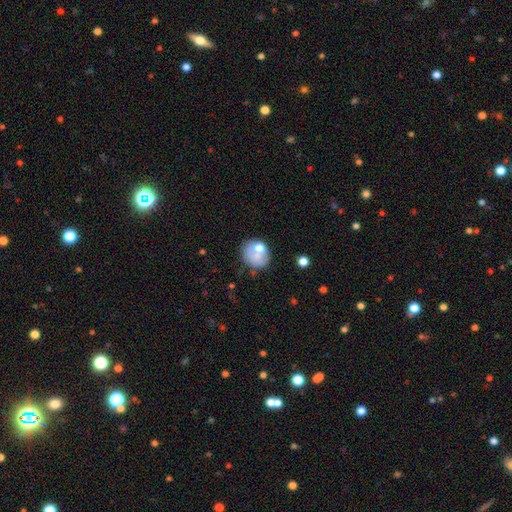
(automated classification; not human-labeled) Smooth or featured? Predicted: smooth (p=0.65). How rounded? Predicted: round (p=0.69). Merging? Predicted: none (p=0.54).